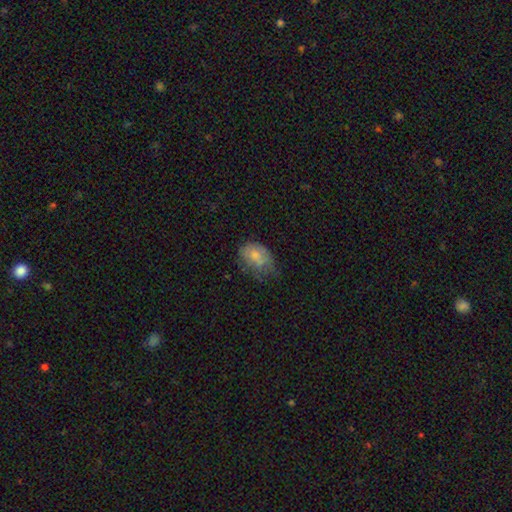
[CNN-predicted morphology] smooth 67%, featured or disk 25%, star or artifact 9%. Down the decision tree: how rounded — in between (79%); merging — minor disturbance (38%).